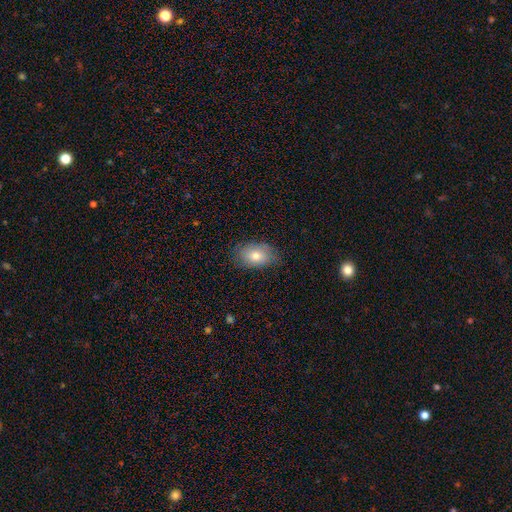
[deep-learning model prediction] The model was most divided on "smooth or featured": smooth: 73%, featured or disk: 19%, star or artifact: 8%. More confident: how rounded — in between (86%); merging — none (78%).